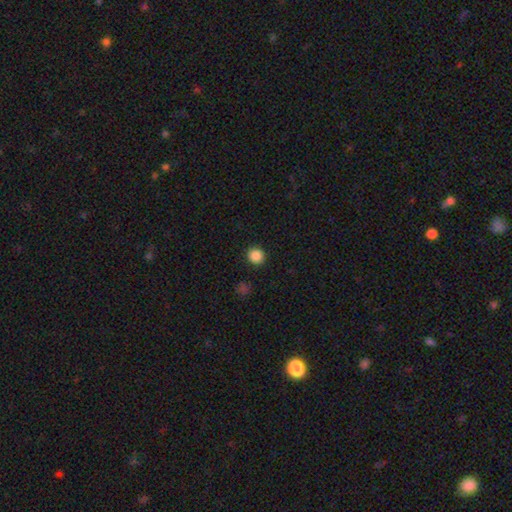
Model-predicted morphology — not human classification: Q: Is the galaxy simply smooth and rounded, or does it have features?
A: smooth — 86%.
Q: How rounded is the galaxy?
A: round — 92%.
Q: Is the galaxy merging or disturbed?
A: none — 92%.